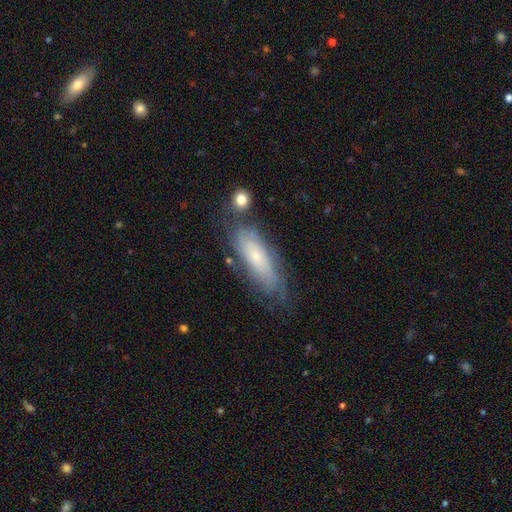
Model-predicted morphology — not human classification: The model was most divided on "smooth or featured": featured or disk: 56%, smooth: 36%, star or artifact: 8%. More confident: edge-on disk — no (79%); merging — none (64%).